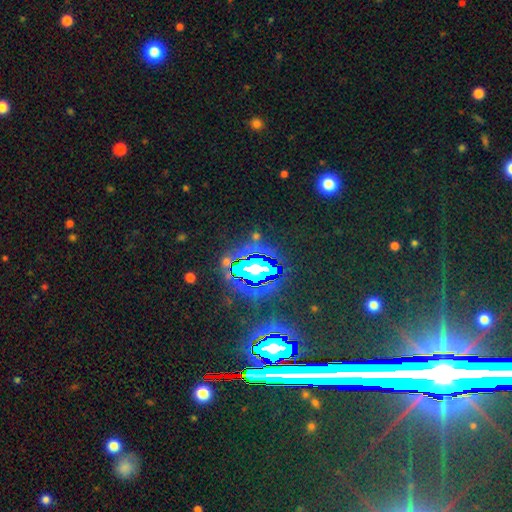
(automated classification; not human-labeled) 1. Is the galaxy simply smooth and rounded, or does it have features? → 81% star or artifact, 10% featured or disk, 10% smooth.